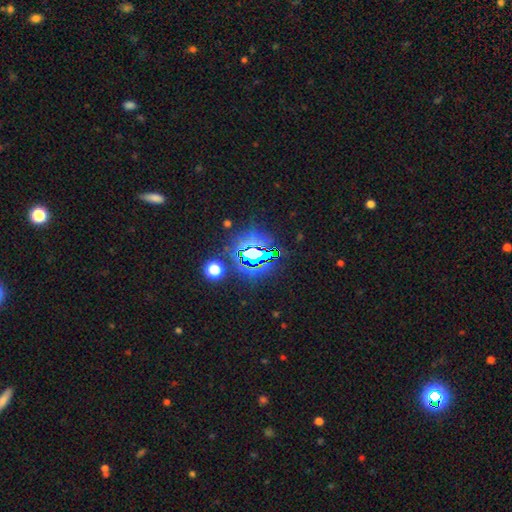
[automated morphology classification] Q: Smooth or featured?
A: star or artifact (74%); runner-up: smooth (16%)